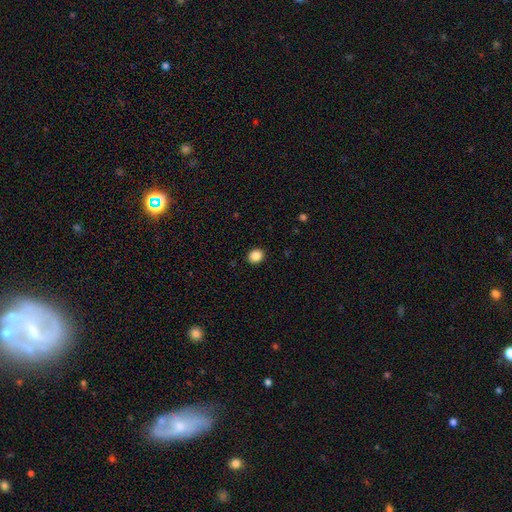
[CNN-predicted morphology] Smooth or featured?
  - smooth: 87% *
  - star or artifact: 9%
  - featured or disk: 4%
How rounded?
  - round: 60% *
  - in between: 39%
  - cigar-shaped: 1%
Merging?
  - none: 91% *
  - minor disturbance: 6%
  - major disturbance: 2%
  - merger: 1%